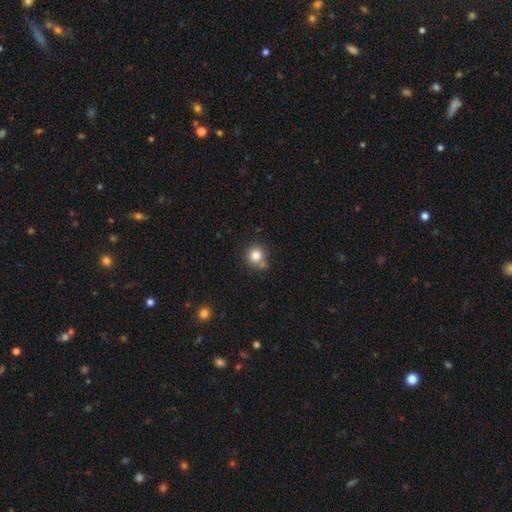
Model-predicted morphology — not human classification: A smooth galaxy with no disk features (81%) that is round (89%).

Vote fractions:
- Smooth or featured? smooth: 81% / star or artifact: 11% / featured or disk: 8%
- How rounded? round: 89% / in between: 10% / cigar-shaped: 1%
- Merging? none: 68% / merger: 15% / minor disturbance: 13% / major disturbance: 3%